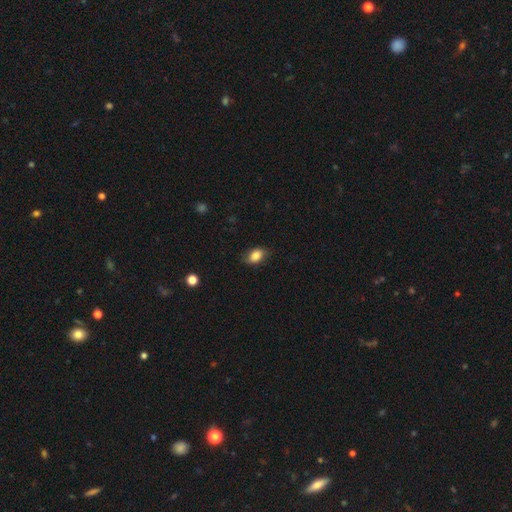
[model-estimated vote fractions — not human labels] The model was most divided on "merging": none: 78%, minor disturbance: 18%, major disturbance: 4%, merger: 1%. More confident: smooth or featured — smooth (85%); how rounded — in between (84%).